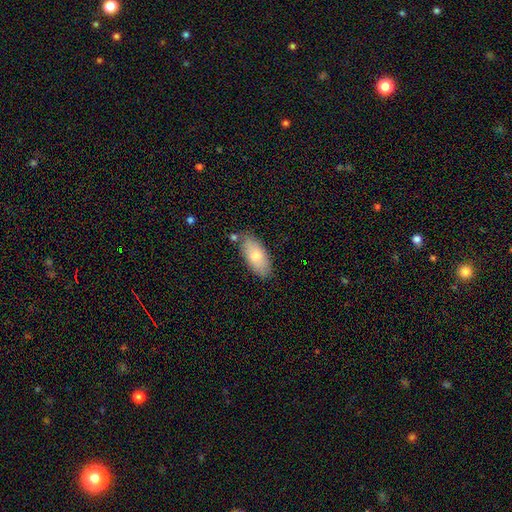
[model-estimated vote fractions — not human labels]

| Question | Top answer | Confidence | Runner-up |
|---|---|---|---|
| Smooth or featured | smooth | 76% | featured or disk (18%) |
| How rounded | in between | 88% | cigar-shaped (10%) |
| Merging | none | 76% | minor disturbance (16%) |